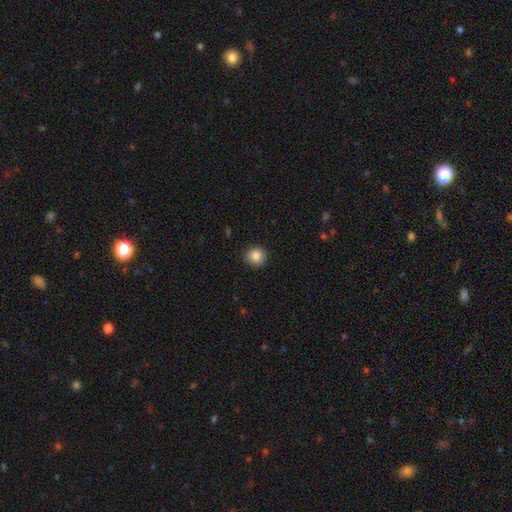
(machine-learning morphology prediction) Q: Smooth or featured?
A: smooth (86%); runner-up: star or artifact (10%)
Q: How rounded?
A: round (92%); runner-up: in between (7%)
Q: Merging?
A: none (90%); runner-up: minor disturbance (7%)